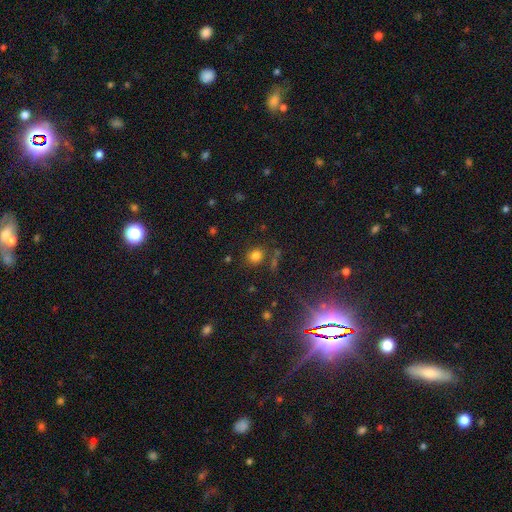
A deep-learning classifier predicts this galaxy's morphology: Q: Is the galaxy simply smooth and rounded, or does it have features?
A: smooth — 77%.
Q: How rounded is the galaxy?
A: round — 77%.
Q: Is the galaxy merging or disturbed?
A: none — 79%.